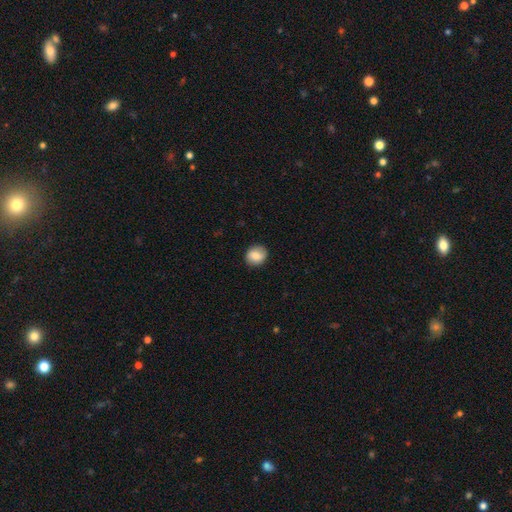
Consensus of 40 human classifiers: smooth-or-featured: smooth: 80% | featured or disk: 12% | star or artifact: 8%
  how-rounded: round: 62% | in between: 38% | cigar-shaped: 0%
  merging: none: 89% | minor disturbance: 8% | major disturbance: 3% | merger: 0%